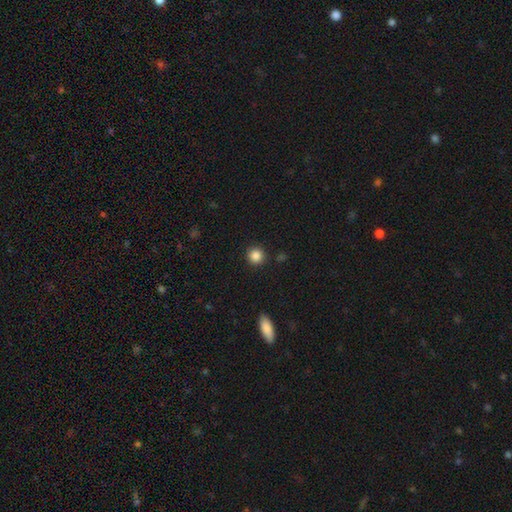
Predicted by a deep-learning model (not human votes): Smooth or featured: smooth — 86% (star or artifact — 11%)
How rounded: round — 94% (in between — 5%)
Merging: none — 91% (minor disturbance — 5%)